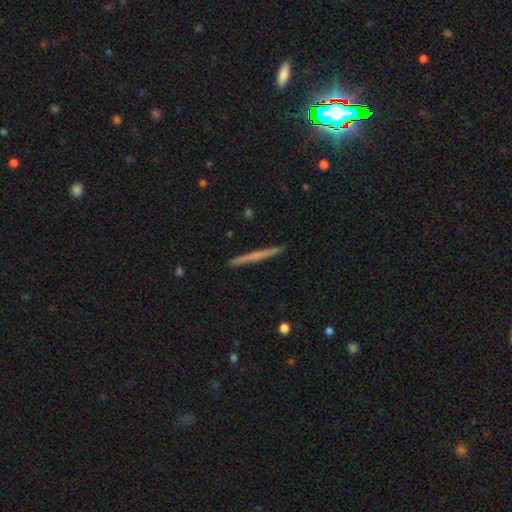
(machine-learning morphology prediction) type=smooth (49%); merging=none (93%).